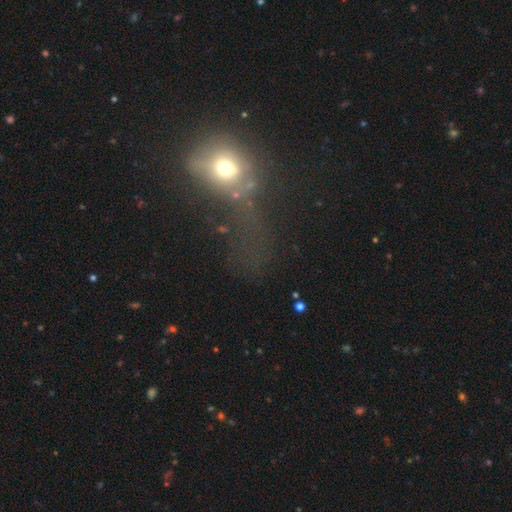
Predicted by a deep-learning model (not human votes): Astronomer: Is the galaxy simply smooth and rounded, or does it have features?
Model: smooth — 49% (runner-up: star or artifact, 29%).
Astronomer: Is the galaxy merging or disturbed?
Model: major disturbance — 48%.